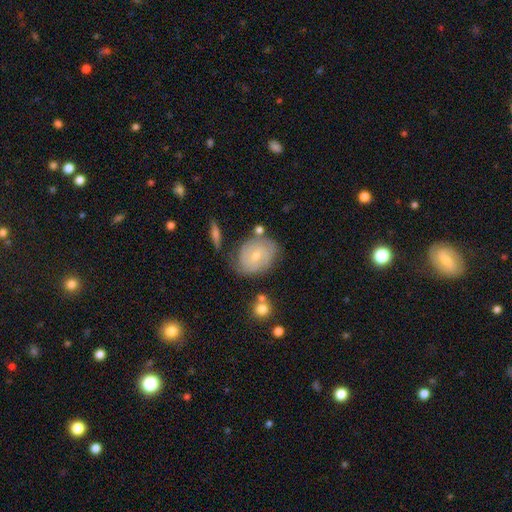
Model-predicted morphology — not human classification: smooth_or_featured: featured or disk (p=0.51) [alt: smooth p=0.41]
disk_edge_on: no (p=0.95) [alt: yes p=0.05]
merging: none (p=0.62) [alt: minor disturbance p=0.23]